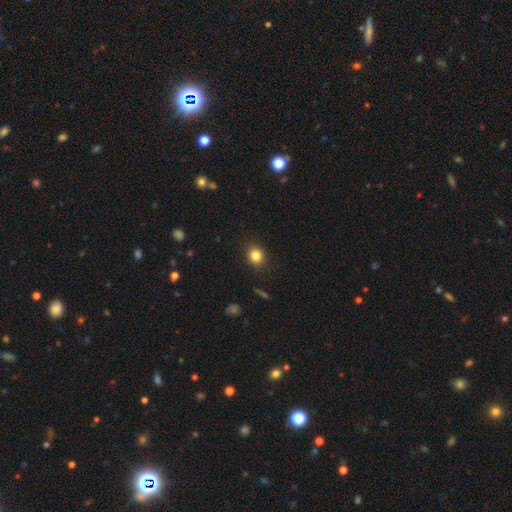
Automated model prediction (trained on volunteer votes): Overall: smooth (83%). How rounded: round (80%). Merging: none (89%).